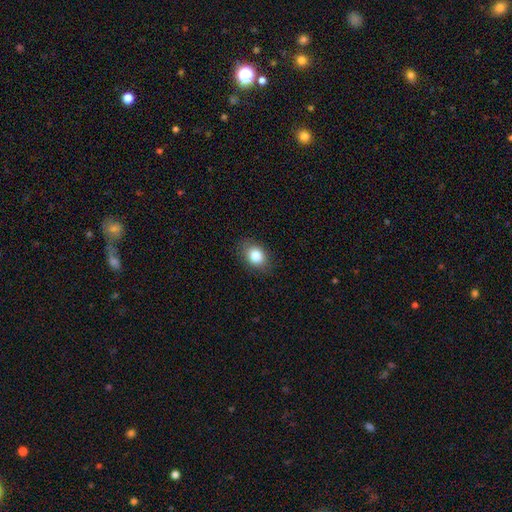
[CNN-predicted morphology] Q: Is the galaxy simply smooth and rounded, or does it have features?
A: smooth — 82%.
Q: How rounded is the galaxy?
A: in between — 65%.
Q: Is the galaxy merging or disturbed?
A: none — 85%.